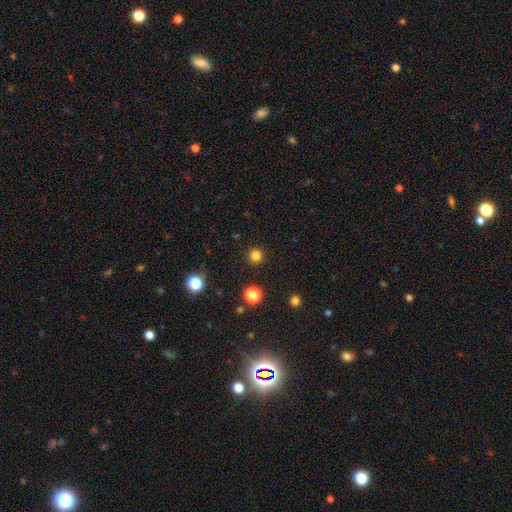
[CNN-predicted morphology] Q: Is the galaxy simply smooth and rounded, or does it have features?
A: smooth — 81%.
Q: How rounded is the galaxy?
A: round — 95%.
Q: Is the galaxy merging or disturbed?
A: none — 91%.